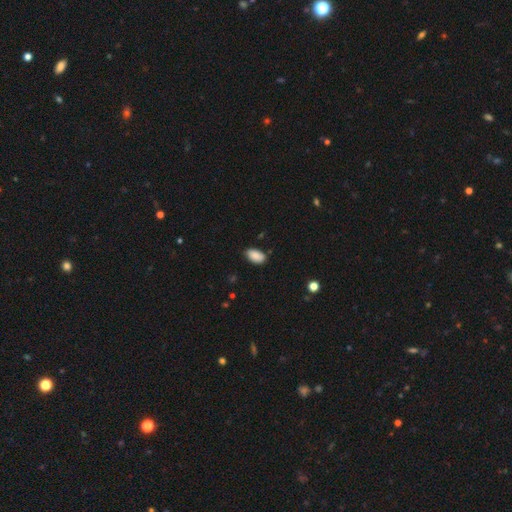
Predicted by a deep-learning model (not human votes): A smooth galaxy with no disk features (88%) that is in between round and cigar-shaped (94%).

Vote fractions:
- Smooth or featured? smooth: 88% / star or artifact: 7% / featured or disk: 4%
- How rounded? in between: 94% / round: 4% / cigar-shaped: 2%
- Merging? none: 81% / minor disturbance: 15% / major disturbance: 3% / merger: 1%